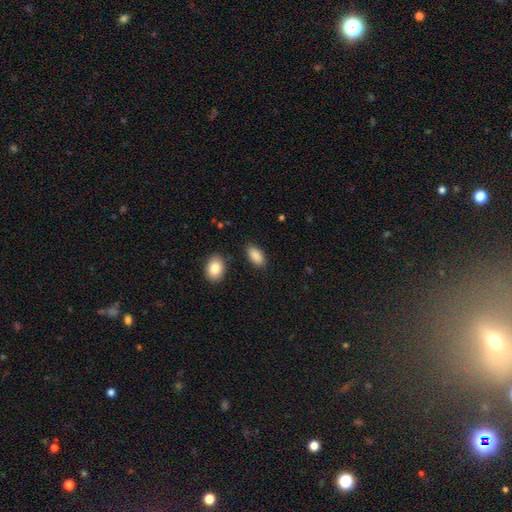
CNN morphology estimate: smooth_or_featured: smooth (p=0.89) [alt: star or artifact p=0.07]
how_rounded: in between (p=0.93) [alt: round p=0.04]
merging: none (p=0.85) [alt: minor disturbance p=0.10]